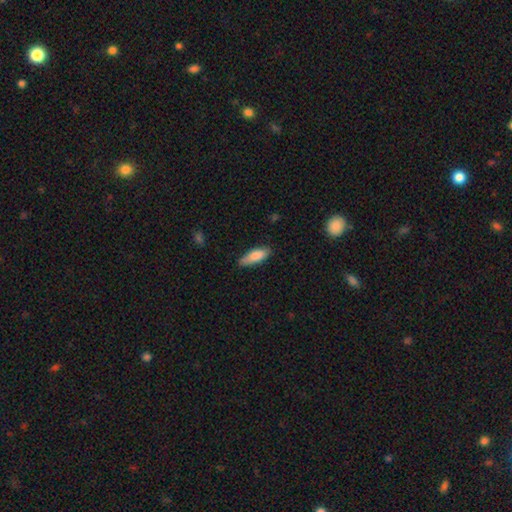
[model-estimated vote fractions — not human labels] Overall: smooth (84%). How rounded: in between (60%; cigar-shaped 38%). Merging: none (79%).